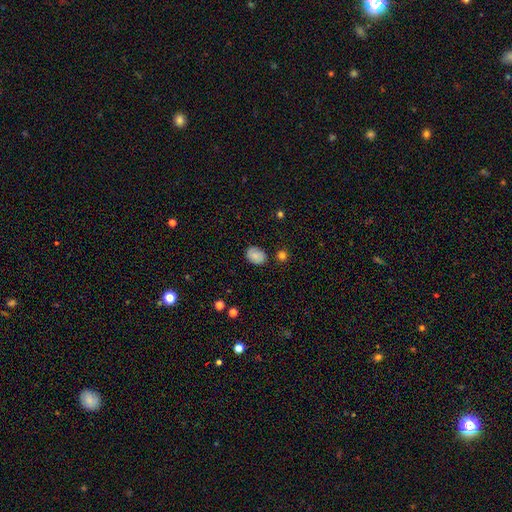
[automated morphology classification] smooth-or-featured: smooth: 79% | featured or disk: 12% | star or artifact: 9%
  how-rounded: in between: 69% | round: 30% | cigar-shaped: 1%
  merging: none: 77% | minor disturbance: 17% | major disturbance: 3% | merger: 3%